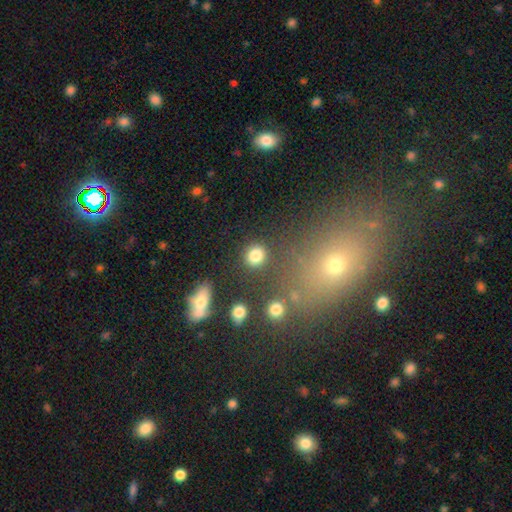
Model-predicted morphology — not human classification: Smooth or featured? smooth (83%)
How rounded? round (82%)
Merging? none (83%)